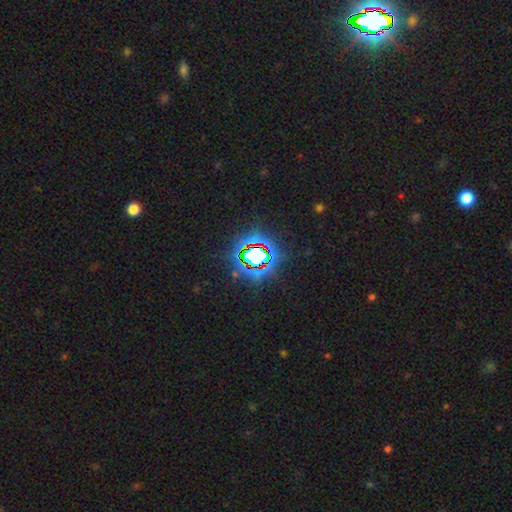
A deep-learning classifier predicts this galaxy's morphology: type=star or artifact (75%).